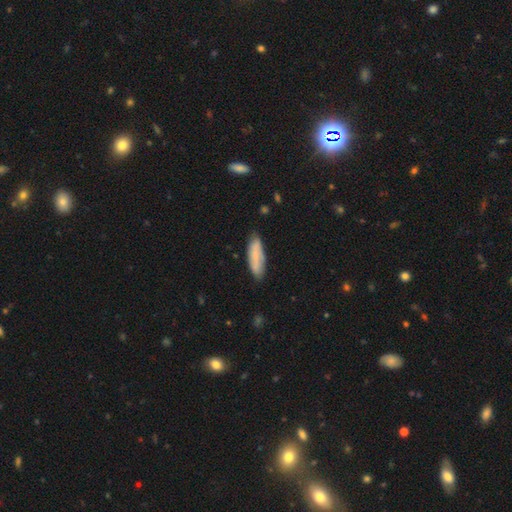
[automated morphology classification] Smooth or featured? smooth (70%)
How rounded? in between (51%)
Merging? none (78%)